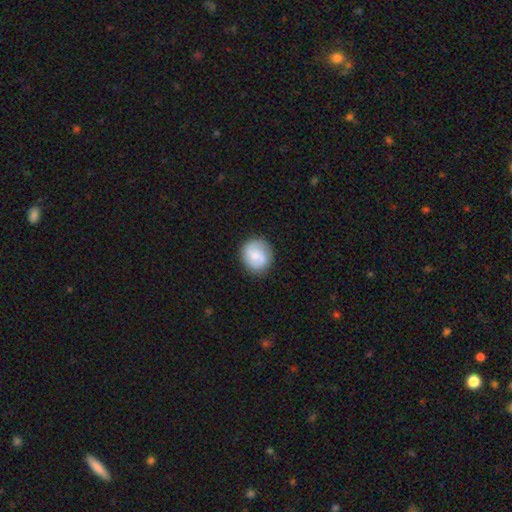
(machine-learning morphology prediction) smooth-or-featured: smooth: 47% | featured or disk: 46% | star or artifact: 7%
  merging: none: 86% | minor disturbance: 10% | major disturbance: 3% | merger: 1%